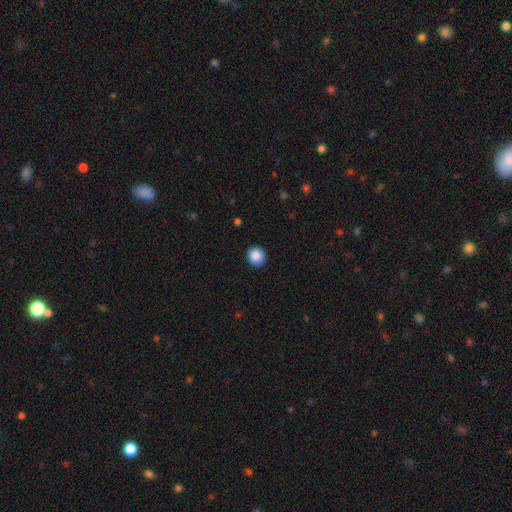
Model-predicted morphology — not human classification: Smooth or featured?
  - smooth: 88% *
  - star or artifact: 9%
  - featured or disk: 4%
How rounded?
  - round: 91% *
  - in between: 8%
  - cigar-shaped: 1%
Merging?
  - none: 91% *
  - minor disturbance: 6%
  - major disturbance: 2%
  - merger: 1%